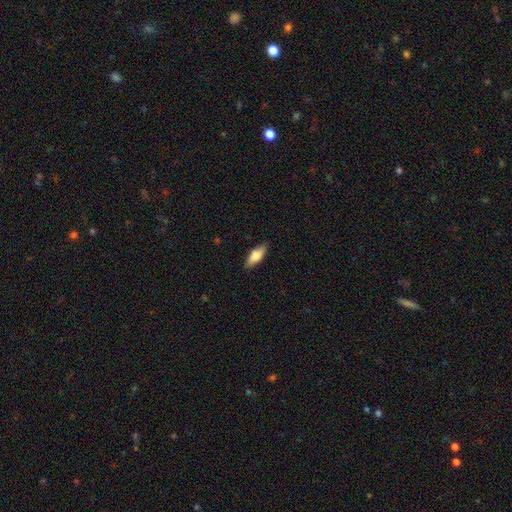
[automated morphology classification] smooth-or-featured: smooth: 74% | featured or disk: 19% | star or artifact: 6%
  how-rounded: in between: 70% | cigar-shaped: 27% | round: 2%
  merging: none: 86% | minor disturbance: 11% | major disturbance: 2% | merger: 1%